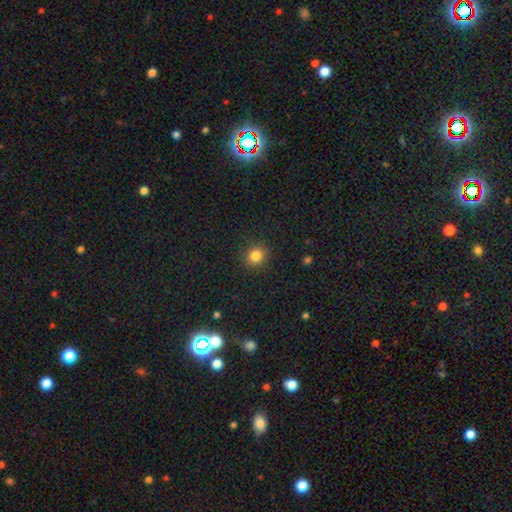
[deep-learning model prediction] Q: Smooth or featured?
A: smooth (83%); runner-up: star or artifact (12%)
Q: How rounded?
A: round (83%); runner-up: in between (16%)
Q: Merging?
A: none (90%); runner-up: minor disturbance (7%)